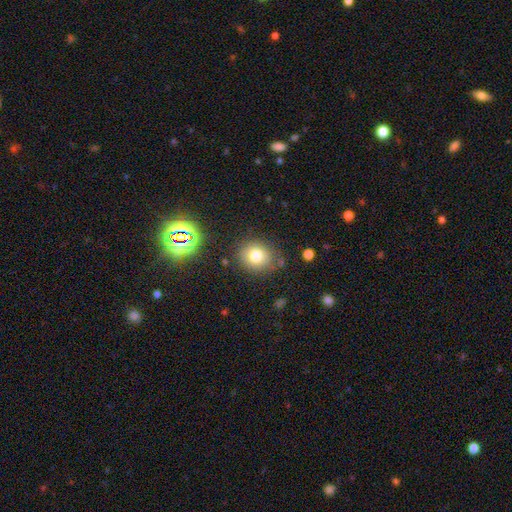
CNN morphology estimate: Smooth or featured? smooth (77%)
How rounded? round (79%)
Merging? none (79%)